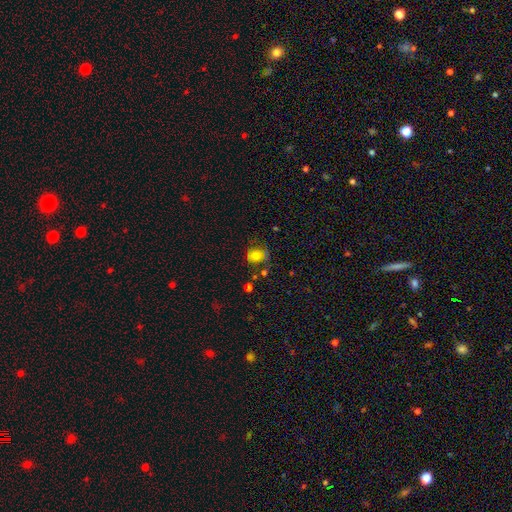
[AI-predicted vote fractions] Smooth or featured? Predicted: smooth (p=0.74). How rounded? Predicted: round (p=0.66). Merging? Predicted: none (p=0.54).